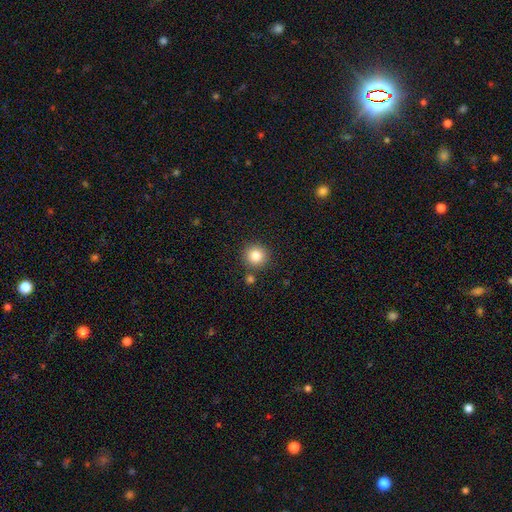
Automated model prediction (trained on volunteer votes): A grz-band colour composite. It shows a smooth galaxy with no disk features (85%) that is round (94%). Merging: none (83%).